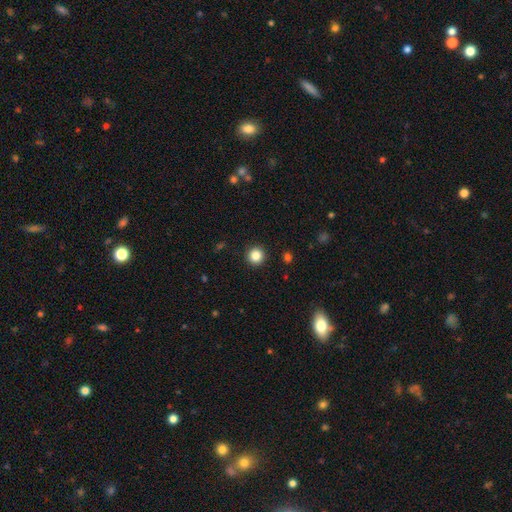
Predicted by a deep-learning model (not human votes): A smooth galaxy with no disk features (85%) that is round (95%).

Vote fractions:
- Smooth or featured? smooth: 85% / star or artifact: 11% / featured or disk: 4%
- How rounded? round: 95% / in between: 4% / cigar-shaped: 1%
- Merging? none: 93% / minor disturbance: 4% / major disturbance: 2% / merger: 1%